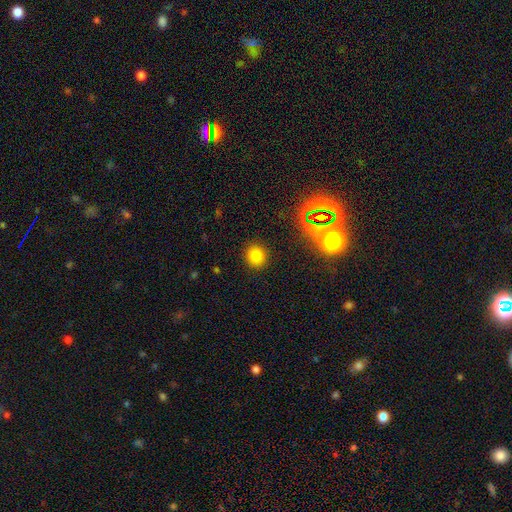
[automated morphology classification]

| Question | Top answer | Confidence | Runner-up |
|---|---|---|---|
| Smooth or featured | smooth | 80% | star or artifact (15%) |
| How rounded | round | 86% | in between (13%) |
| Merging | none | 90% | minor disturbance (6%) |